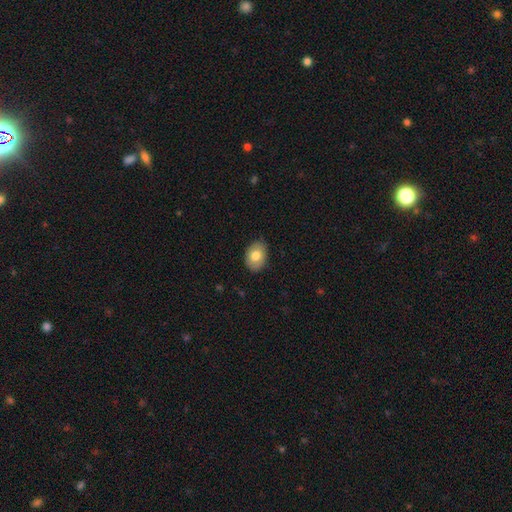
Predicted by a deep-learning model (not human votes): A smooth galaxy with no disk features (78%) that is in between round and cigar-shaped (77%). Merging: none (84%).